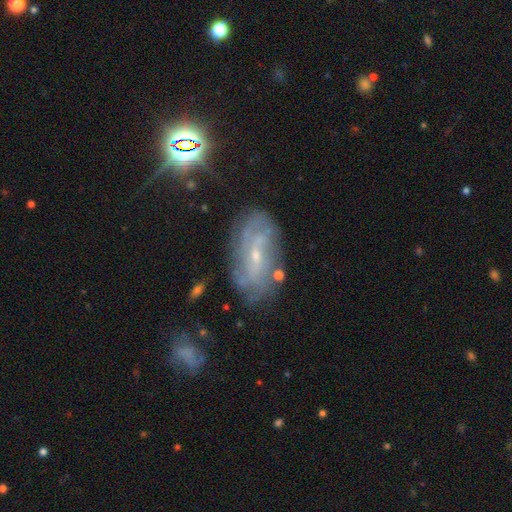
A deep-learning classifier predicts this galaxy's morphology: smooth_or_featured: featured or disk (p=0.73) [alt: smooth p=0.16]
disk_edge_on: no (p=0.91) [alt: yes p=0.09]
bar: weak (p=0.43) [alt: no p=0.41]
has_spiral_arms: yes (p=0.84) [alt: no p=0.16]
spiral_winding: tight (p=0.48) [alt: medium p=0.34]
spiral_arm_count: can't tell (p=0.50) [alt: 2 p=0.24]
bulge_size: small (p=0.76) [alt: moderate p=0.20]
merging: none (p=0.72) [alt: minor disturbance p=0.19]